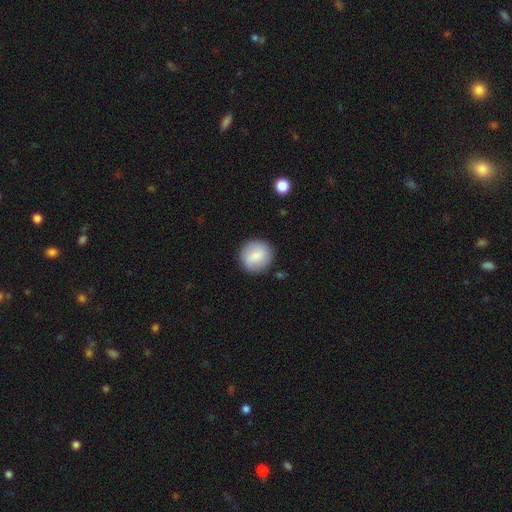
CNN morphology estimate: Smooth or featured? smooth (83%)
How rounded? round (92%)
Merging? none (88%)